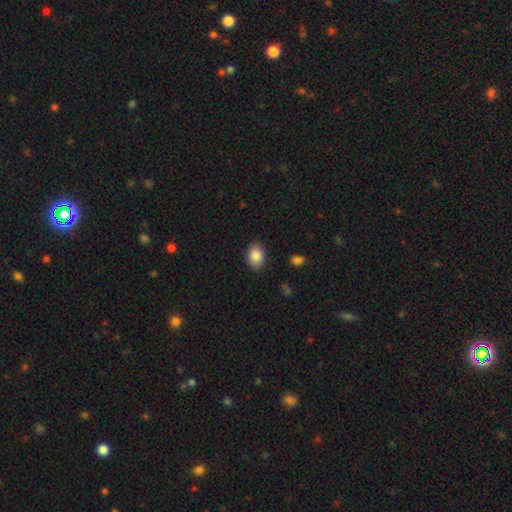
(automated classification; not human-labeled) This is clearly a smooth galaxy (87%). How rounded: likely in between (80%). Merging: clearly none (86%).